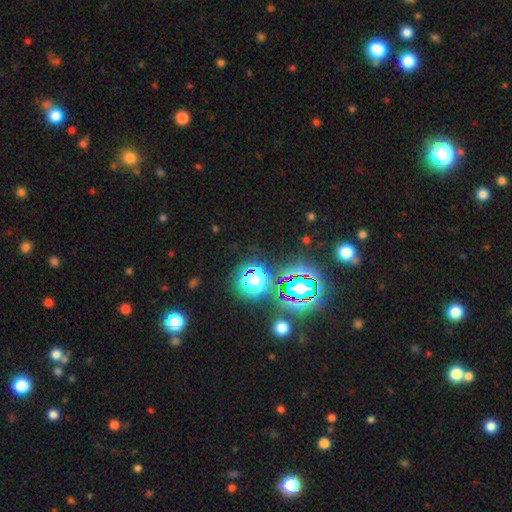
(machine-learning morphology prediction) type=star or artifact (78%).